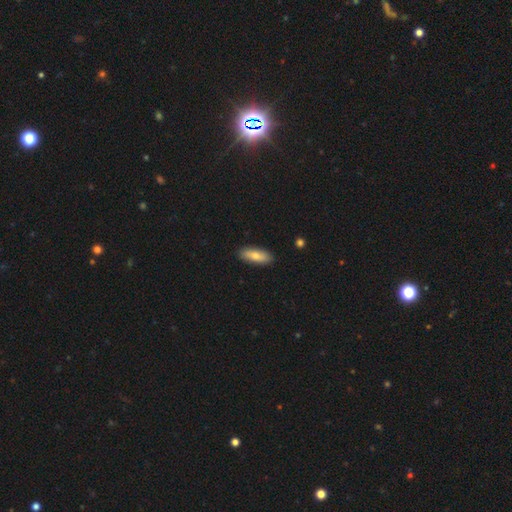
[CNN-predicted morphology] This is likely a smooth galaxy (75%). How rounded: likely in between (67%). Merging: clearly none (89%).